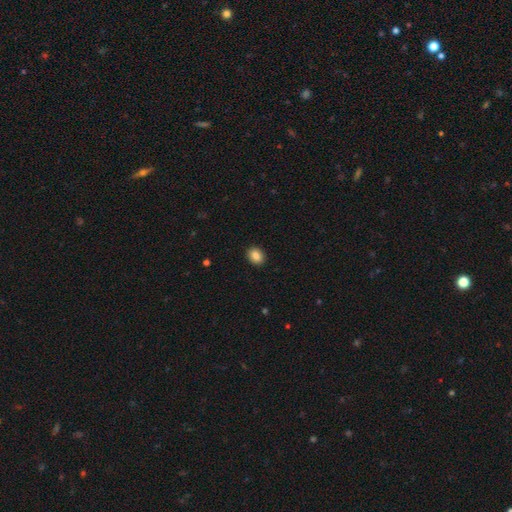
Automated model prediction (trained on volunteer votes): Q: Smooth or featured?
A: smooth (86%); runner-up: star or artifact (9%)
Q: How rounded?
A: round (52%); runner-up: in between (47%)
Q: Merging?
A: none (92%); runner-up: minor disturbance (6%)